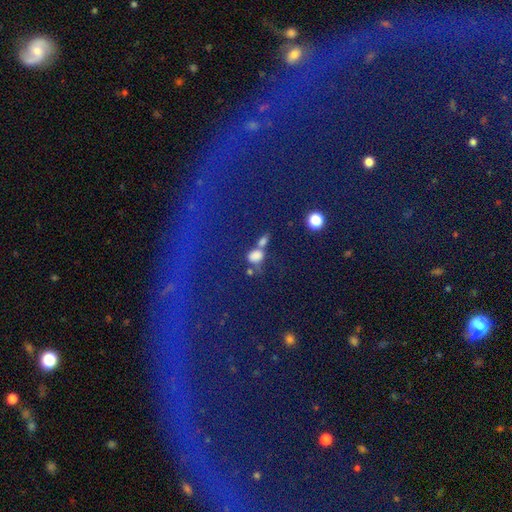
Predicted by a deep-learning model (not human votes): Overall: smooth (71%). How rounded: in between (58%; round 37%). Merging: merger (47%; none 32%).